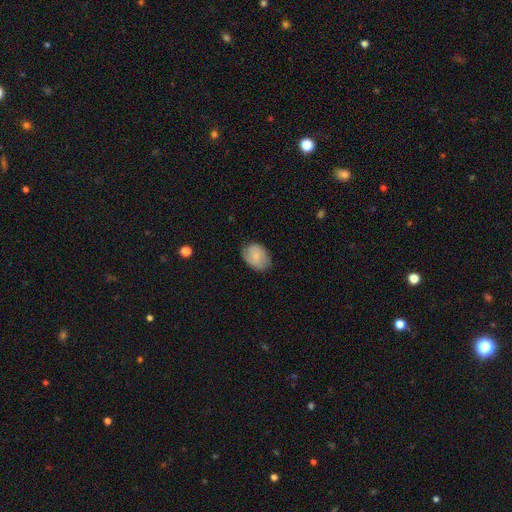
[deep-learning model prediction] Smooth or featured?
  - smooth: 70% *
  - featured or disk: 23%
  - star or artifact: 7%
How rounded?
  - in between: 71% *
  - round: 28%
  - cigar-shaped: 1%
Merging?
  - none: 72% *
  - minor disturbance: 22%
  - major disturbance: 5%
  - merger: 1%